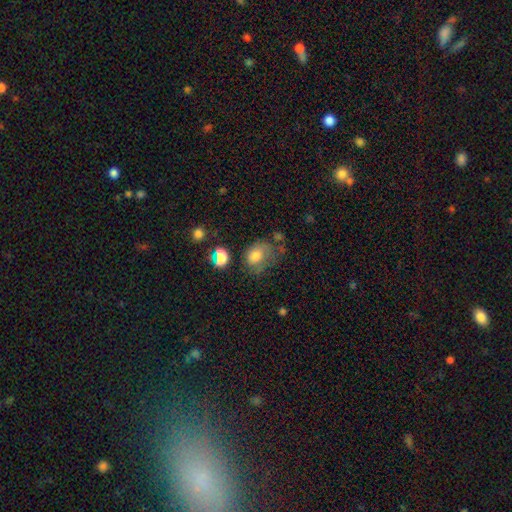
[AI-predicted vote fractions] This is likely a smooth galaxy (70%). How rounded: likely in between (62%). Merging: marginally none (32%).